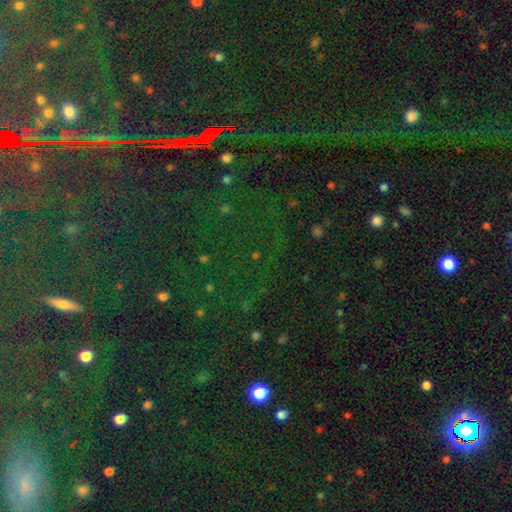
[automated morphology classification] This appears to be a star or artifact, not a galaxy (73%).